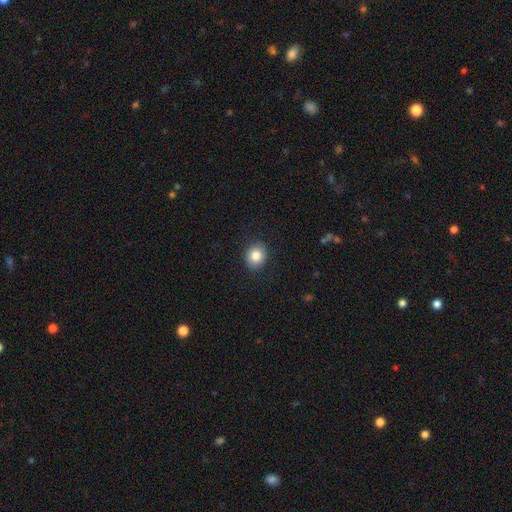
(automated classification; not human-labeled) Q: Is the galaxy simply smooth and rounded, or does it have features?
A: smooth — 84%.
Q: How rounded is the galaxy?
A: round — 67%.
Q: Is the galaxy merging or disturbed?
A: none — 89%.